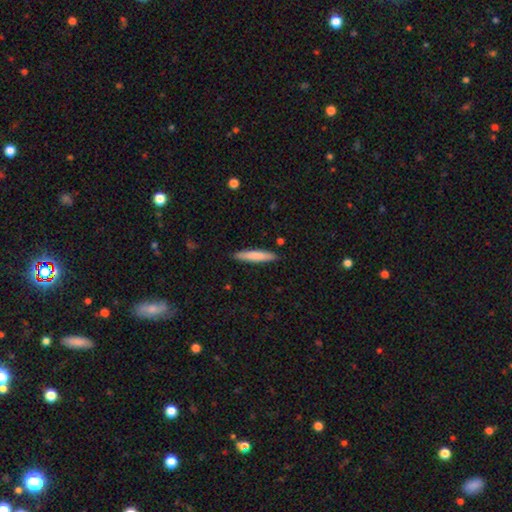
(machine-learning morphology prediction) The model was most divided on "smooth or featured": smooth: 77%, featured or disk: 17%, star or artifact: 5%. More confident: how rounded — cigar-shaped (91%); merging — none (89%).